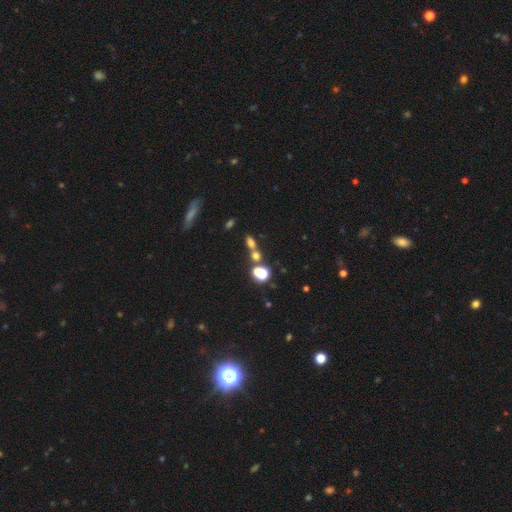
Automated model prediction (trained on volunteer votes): smooth_or_featured: smooth (p=0.54) [alt: star or artifact p=0.32]
how_rounded: round (p=0.52) [alt: in between p=0.41]
merging: none (p=0.50) [alt: merger p=0.35]